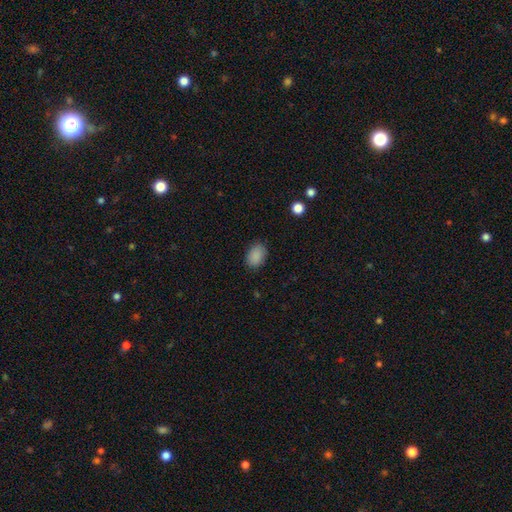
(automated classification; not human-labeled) A smooth galaxy with no disk features (88%) that is in between round and cigar-shaped (81%). Merging: none (84%).